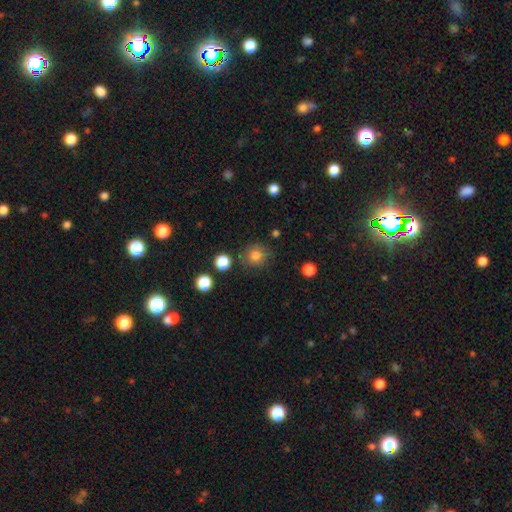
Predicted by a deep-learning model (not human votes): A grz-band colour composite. It shows a smooth galaxy with no disk features (81%) that is round (87%). Merging: none (81%).